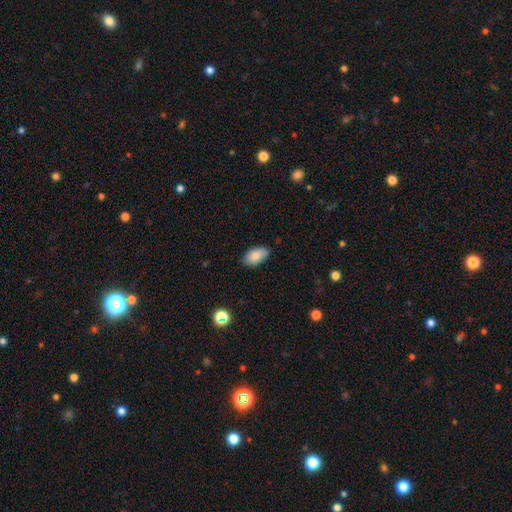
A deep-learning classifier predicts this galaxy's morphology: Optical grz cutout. It shows a smooth galaxy with no disk features (85%) that is in between round and cigar-shaped (94%). Merging: none (81%).